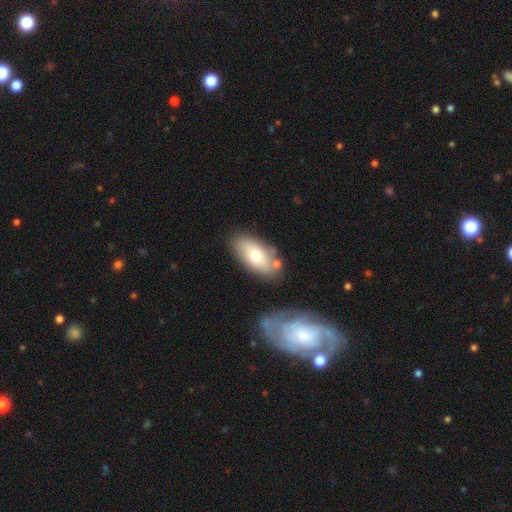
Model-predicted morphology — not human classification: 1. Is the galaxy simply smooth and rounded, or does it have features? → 67% smooth, 26% featured or disk, 7% star or artifact.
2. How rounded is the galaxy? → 90% in between, 6% cigar-shaped, 4% round.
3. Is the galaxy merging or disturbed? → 72% none, 14% minor disturbance, 10% merger, 4% major disturbance.